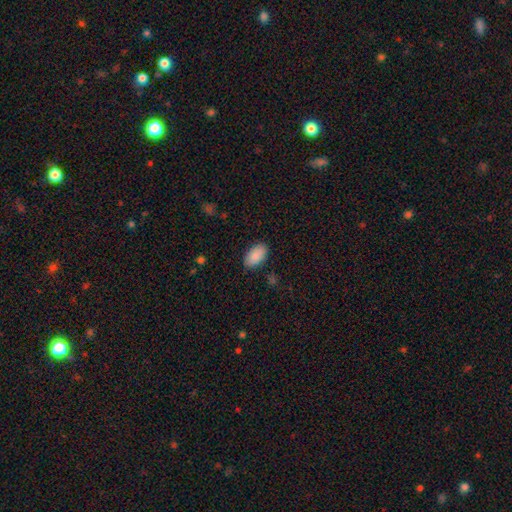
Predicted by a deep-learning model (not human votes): smooth_or_featured: smooth (p=0.89) [alt: star or artifact p=0.07]
how_rounded: in between (p=0.95) [alt: round p=0.04]
merging: none (p=0.86) [alt: minor disturbance p=0.10]